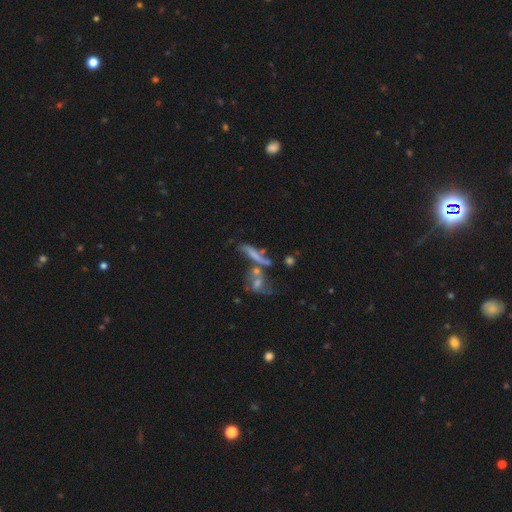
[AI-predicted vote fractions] Overall: smooth (45%; featured or disk 42%). Merging: merger (40%; none 32%).